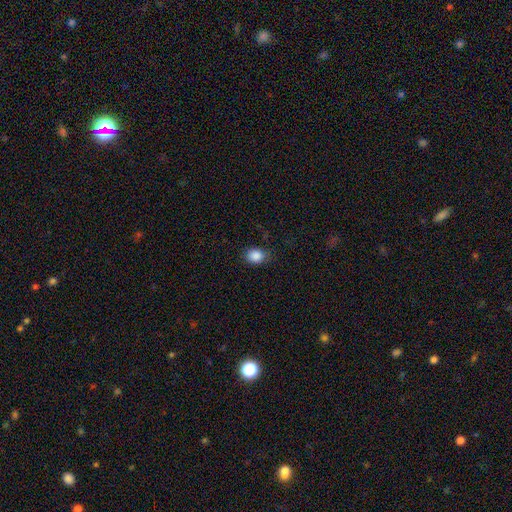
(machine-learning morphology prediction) smooth-or-featured: smooth: 87% | star or artifact: 10% | featured or disk: 4%
  how-rounded: round: 50% | in between: 49% | cigar-shaped: 1%
  merging: none: 77% | minor disturbance: 18% | major disturbance: 4% | merger: 1%